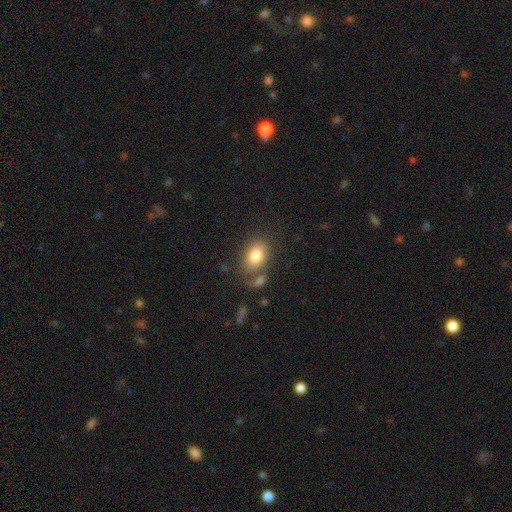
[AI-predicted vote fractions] Morphology: type=smooth (81%); roundness=in between (77%); merging=none (68%).